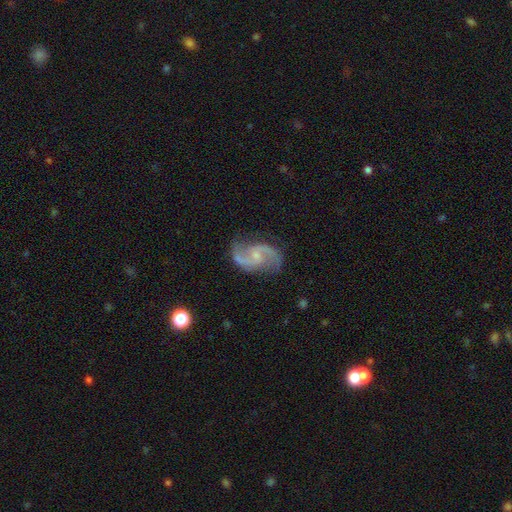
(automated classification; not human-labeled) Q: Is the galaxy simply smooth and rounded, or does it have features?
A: featured or disk — 91%.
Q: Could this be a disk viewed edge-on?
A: no — 98%.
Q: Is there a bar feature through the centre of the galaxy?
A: weak — 46%.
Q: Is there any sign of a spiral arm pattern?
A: yes — 98%.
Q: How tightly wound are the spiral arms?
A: loose — 47%.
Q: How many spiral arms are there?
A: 2 — 94%.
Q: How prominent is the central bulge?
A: small — 63%.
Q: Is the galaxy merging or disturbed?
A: none — 79%.